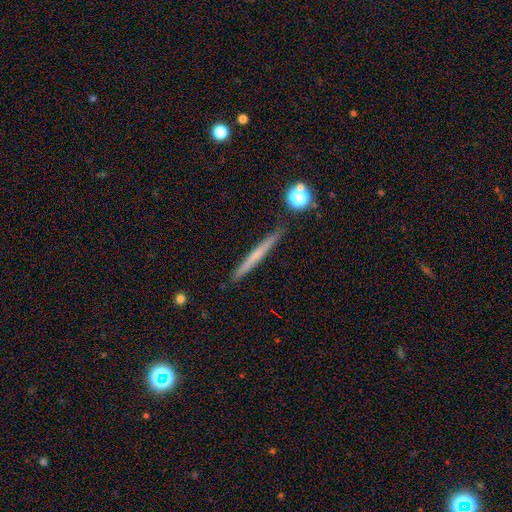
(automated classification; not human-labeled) Smooth or featured: smooth — 51% (featured or disk — 42%)
How rounded: cigar-shaped — 96% (in between — 2%)
Merging: none — 90% (minor disturbance — 7%)